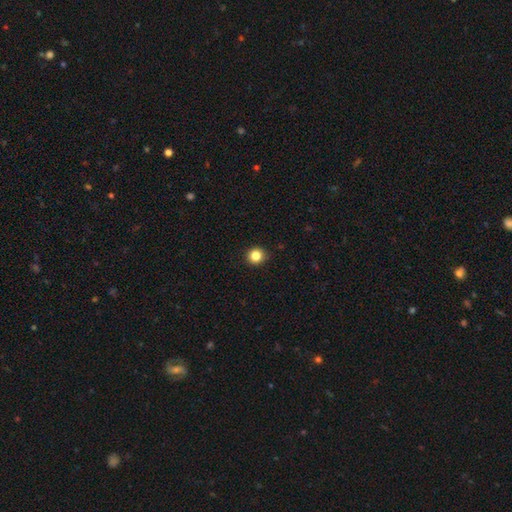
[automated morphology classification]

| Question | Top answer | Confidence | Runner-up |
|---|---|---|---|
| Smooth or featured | smooth | 84% | star or artifact (12%) |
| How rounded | round | 92% | in between (7%) |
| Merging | none | 92% | minor disturbance (6%) |